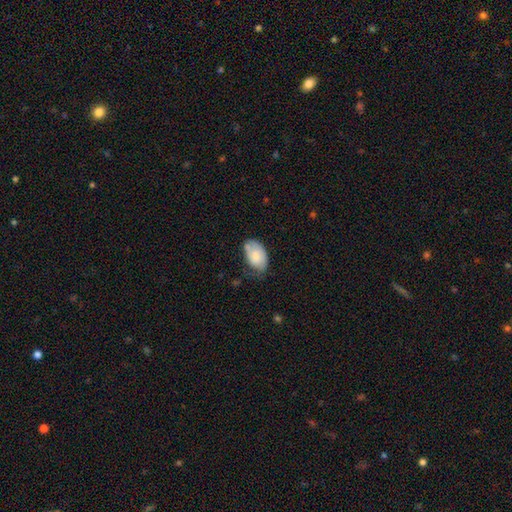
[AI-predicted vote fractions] This appears to be a smooth galaxy with no disk features (71%) that is in between round and cigar-shaped (91%). Merging: none (46%).